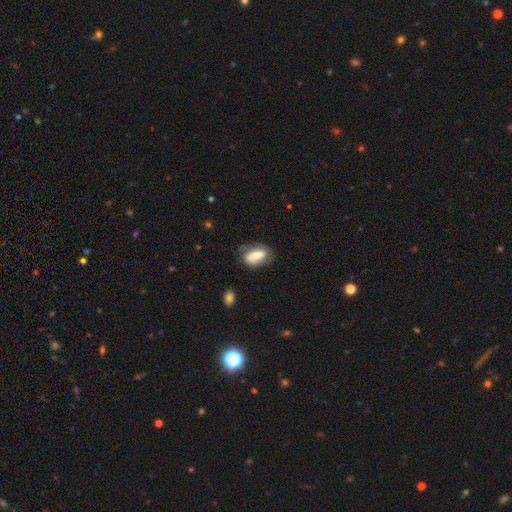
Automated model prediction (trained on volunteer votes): smooth 66%, featured or disk 27%, star or artifact 7%. Down the decision tree: how rounded — in between (89%); merging — none (64%).